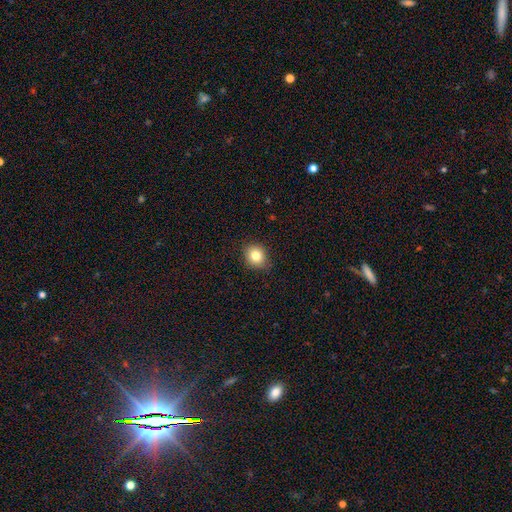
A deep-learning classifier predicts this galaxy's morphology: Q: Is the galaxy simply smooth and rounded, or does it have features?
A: smooth — 82%.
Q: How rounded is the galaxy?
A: round — 74%.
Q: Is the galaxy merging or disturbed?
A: none — 87%.